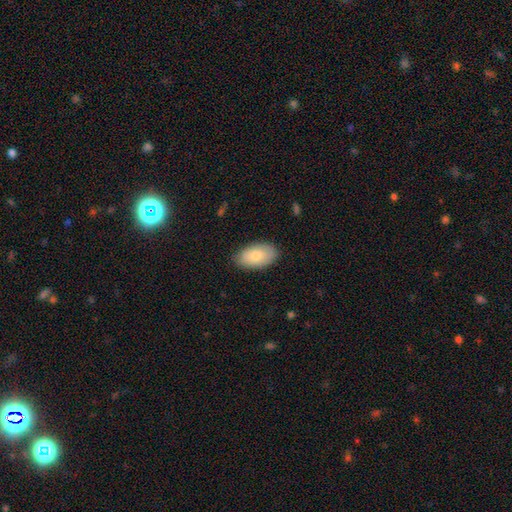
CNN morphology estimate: smooth-or-featured: smooth: 80% | featured or disk: 15% | star or artifact: 6%
  how-rounded: in between: 94% | round: 4% | cigar-shaped: 1%
  merging: none: 84% | minor disturbance: 13% | major disturbance: 2% | merger: 1%